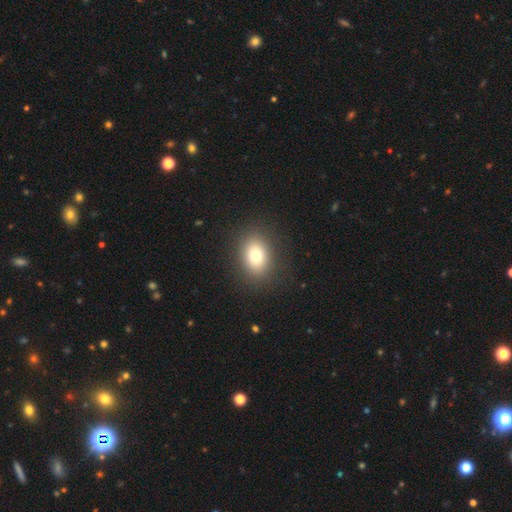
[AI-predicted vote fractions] A smooth galaxy with no disk features (78%) that is in between round and cigar-shaped (59%).

Vote fractions:
- Smooth or featured? smooth: 78% / star or artifact: 12% / featured or disk: 11%
- How rounded? in between: 59% / round: 40% / cigar-shaped: 1%
- Merging? none: 88% / minor disturbance: 8% / major disturbance: 3% / merger: 1%